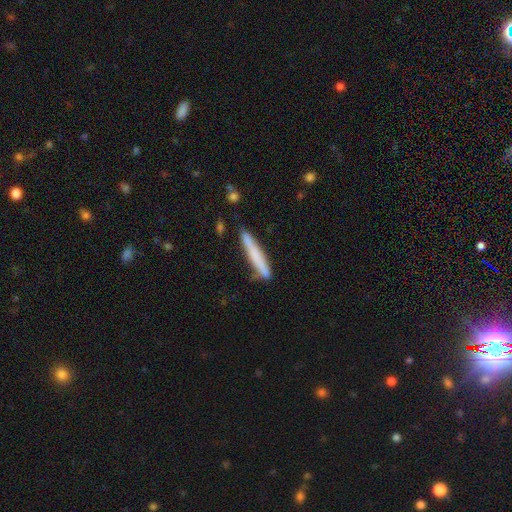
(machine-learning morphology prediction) smooth 65%, featured or disk 29%, star or artifact 6%. Down the decision tree: how rounded — cigar-shaped (95%); merging — none (81%).